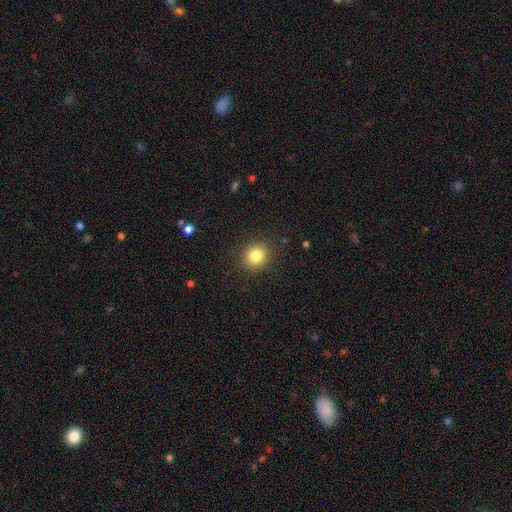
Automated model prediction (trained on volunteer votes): smooth_or_featured: smooth (p=0.83) [alt: star or artifact p=0.11]
how_rounded: round (p=0.82) [alt: in between p=0.17]
merging: none (p=0.90) [alt: minor disturbance p=0.07]